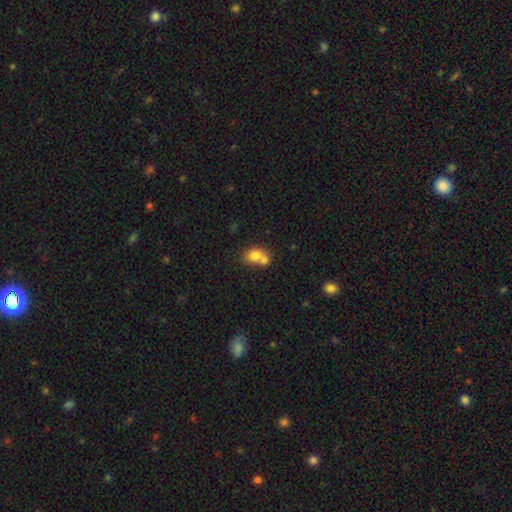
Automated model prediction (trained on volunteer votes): smooth_or_featured: smooth (p=0.74) [alt: featured or disk p=0.16]
how_rounded: in between (p=0.54) [alt: round p=0.45]
merging: merger (p=0.59) [alt: none p=0.29]